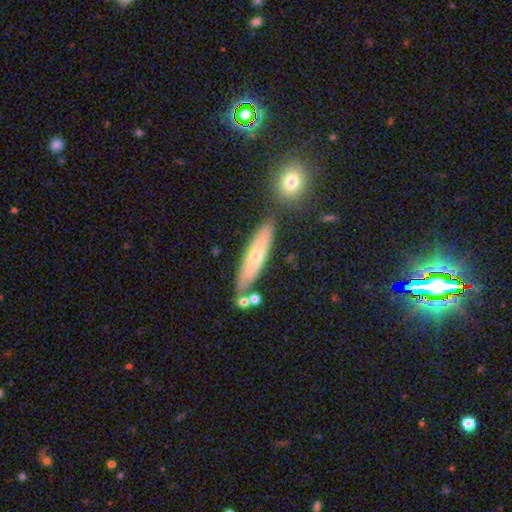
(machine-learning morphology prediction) Smooth or featured?
  - smooth: 58% *
  - featured or disk: 35%
  - star or artifact: 7%
How rounded?
  - cigar-shaped: 84% *
  - in between: 14%
  - round: 2%
Merging?
  - none: 78% *
  - minor disturbance: 12%
  - merger: 7%
  - major disturbance: 3%